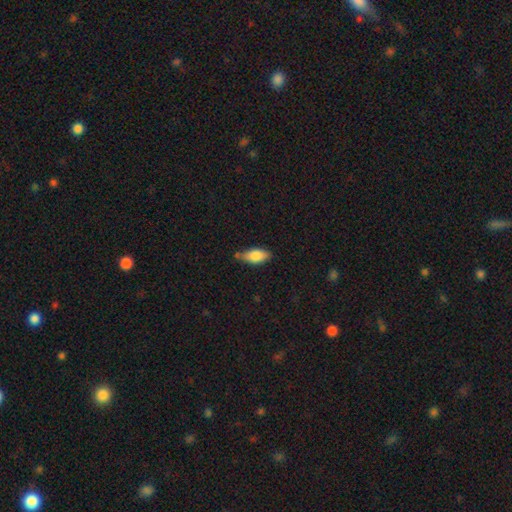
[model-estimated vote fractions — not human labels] A smooth galaxy with no disk features (82%) that is in between round and cigar-shaped (86%).

Vote fractions:
- Smooth or featured? smooth: 82% / featured or disk: 11% / star or artifact: 7%
- How rounded? in between: 86% / cigar-shaped: 11% / round: 3%
- Merging? none: 63% / minor disturbance: 26% / merger: 6% / major disturbance: 4%